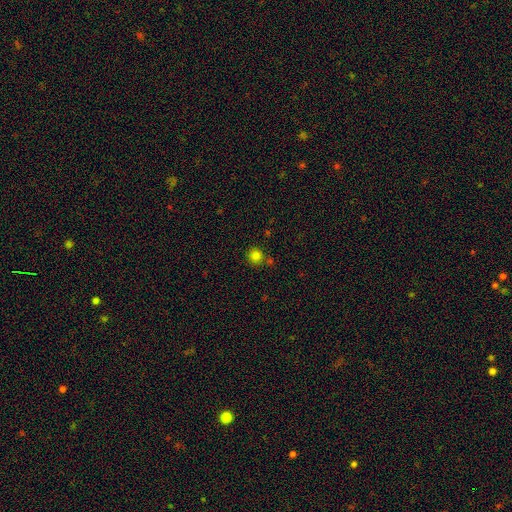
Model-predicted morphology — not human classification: Q: Smooth or featured?
A: smooth (81%); runner-up: star or artifact (14%)
Q: How rounded?
A: round (92%); runner-up: in between (7%)
Q: Merging?
A: none (75%); runner-up: merger (13%)